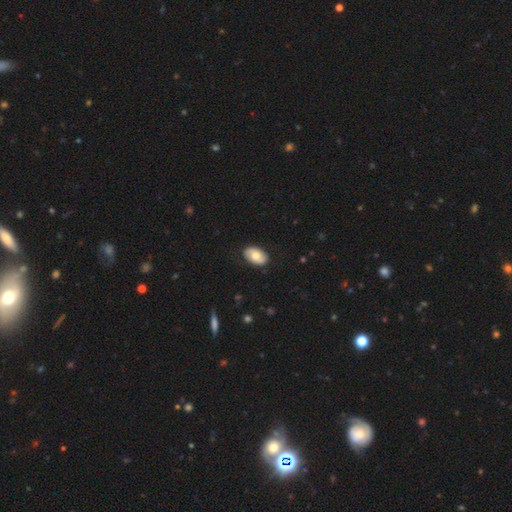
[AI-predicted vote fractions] smooth 65%, featured or disk 29%, star or artifact 6%. Down the decision tree: how rounded — in between (92%); merging — none (84%).